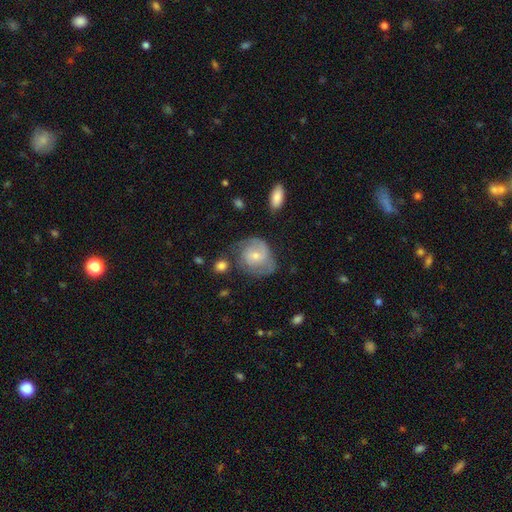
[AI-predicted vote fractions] Smooth or featured?
  - featured or disk: 64% *
  - smooth: 29%
  - star or artifact: 6%
Edge-on disk?
  - no: 97% *
  - yes: 3%
Bar?
  - no: 65% *
  - weak: 30%
  - strong: 5%
Spiral arms?
  - yes: 87% *
  - no: 13%
Spiral winding?
  - tight: 46% *
  - medium: 38%
  - loose: 16%
Spiral arm count?
  - 2: 52% *
  - can't tell: 26%
  - 3: 9%
  - 1: 9%
  - 4: 2%
  - more than 4: 2%
Bulge size?
  - small: 56% *
  - moderate: 38%
  - large: 2%
  - none: 2%
  - dominant: 1%
Merging?
  - none: 53% *
  - minor disturbance: 26%
  - major disturbance: 17%
  - merger: 4%